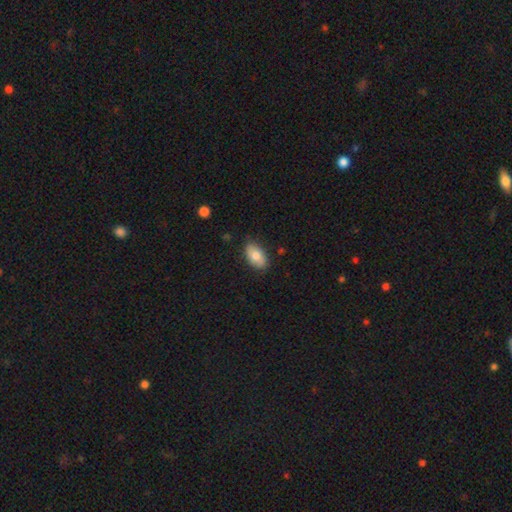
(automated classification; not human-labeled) Overall: smooth (76%). How rounded: in between (93%). Merging: none (82%).